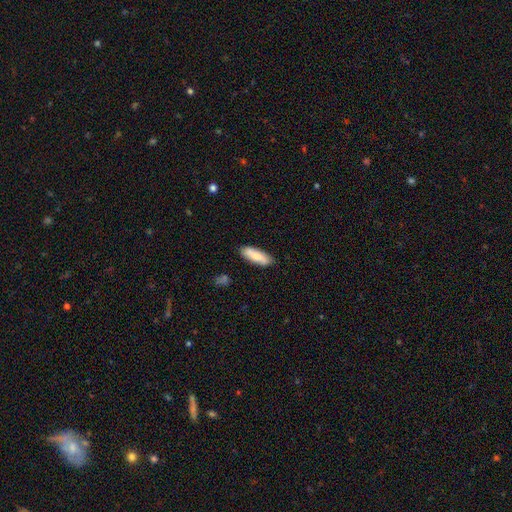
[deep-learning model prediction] Smooth or featured? Predicted: smooth (p=0.79). How rounded? Predicted: in between (p=0.55). Merging? Predicted: none (p=0.83).